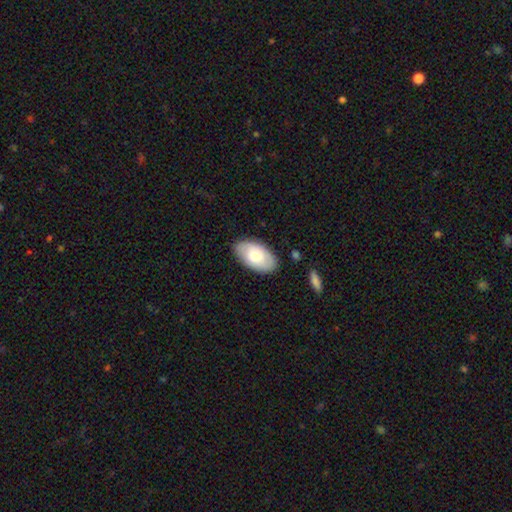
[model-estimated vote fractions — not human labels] smooth 72%, featured or disk 22%, star or artifact 6%. Down the decision tree: how rounded — in between (95%); merging — none (84%).